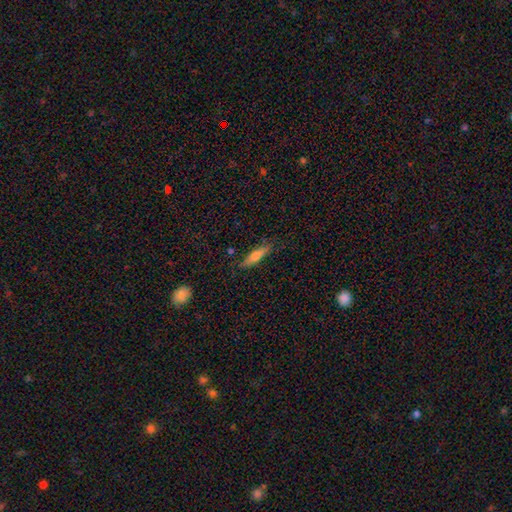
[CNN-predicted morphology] Q: Smooth or featured?
A: smooth (59%); runner-up: featured or disk (33%)
Q: How rounded?
A: cigar-shaped (81%); runner-up: in between (17%)
Q: Merging?
A: none (83%); runner-up: minor disturbance (13%)